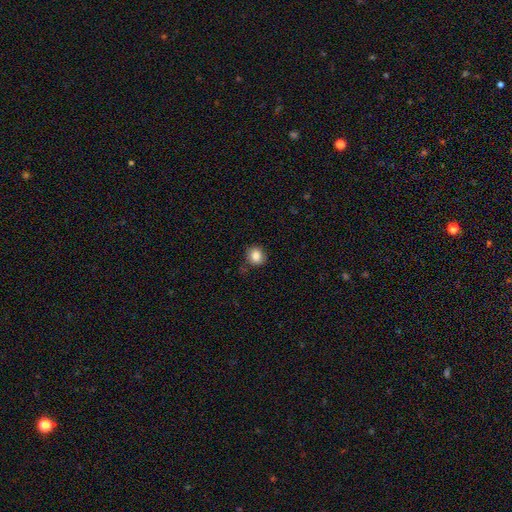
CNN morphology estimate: This appears to be a smooth galaxy with no disk features (85%) that is round (82%). Merging: none (83%).